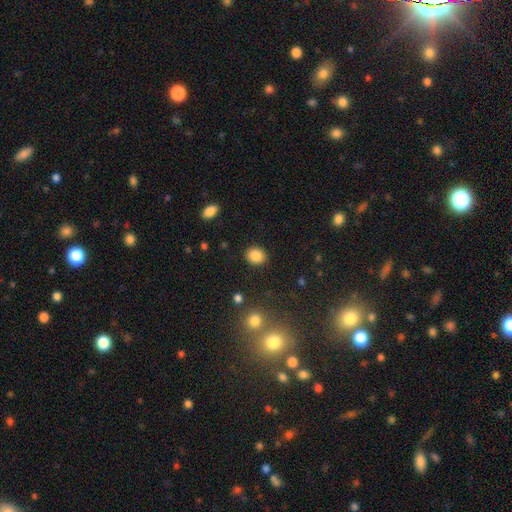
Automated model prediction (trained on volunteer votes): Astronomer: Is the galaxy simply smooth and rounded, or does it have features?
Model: smooth — 86%.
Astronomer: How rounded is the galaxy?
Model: round — 67%.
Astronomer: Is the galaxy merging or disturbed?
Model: none — 89%.